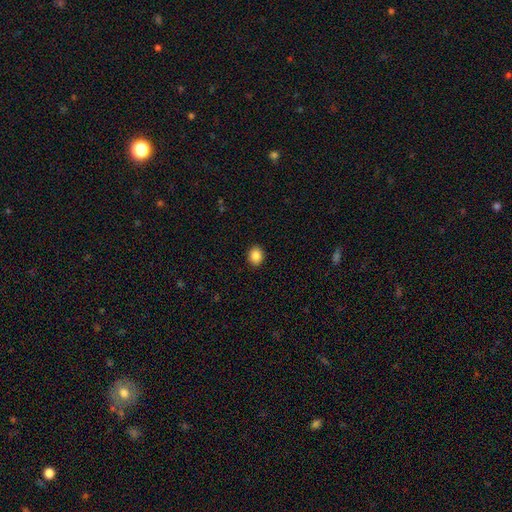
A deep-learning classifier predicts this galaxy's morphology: A smooth galaxy with no disk features (87%) that is round (62%). Merging: none (92%).